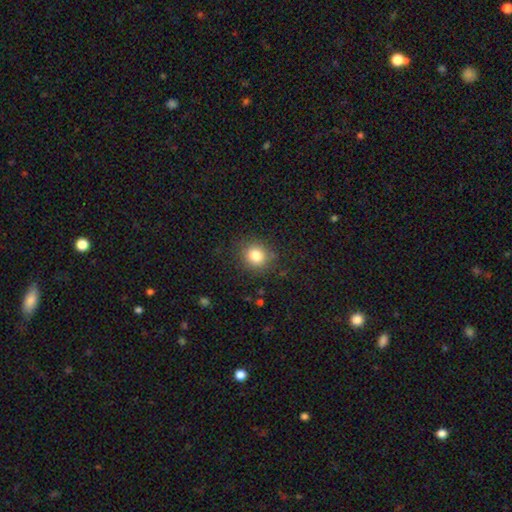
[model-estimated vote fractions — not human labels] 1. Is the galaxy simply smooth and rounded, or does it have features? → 82% smooth, 12% star or artifact, 6% featured or disk.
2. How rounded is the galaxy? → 84% round, 15% in between, 1% cigar-shaped.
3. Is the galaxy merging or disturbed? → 85% none, 10% minor disturbance, 3% major disturbance, 1% merger.